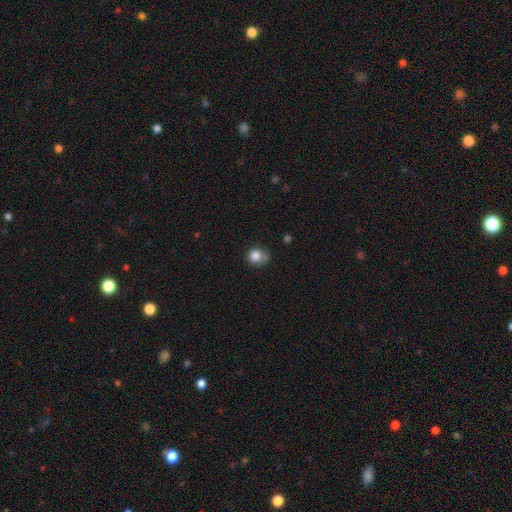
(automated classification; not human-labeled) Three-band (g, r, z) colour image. It shows a smooth galaxy with no disk features (83%) that is round (74%). Merging: none (54%).